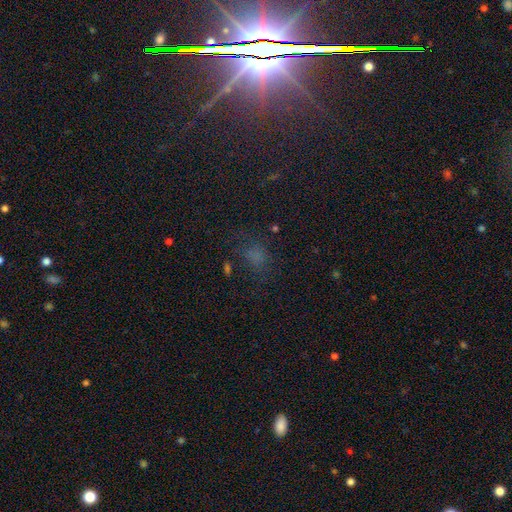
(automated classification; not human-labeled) A smooth galaxy with no disk features (55%) that is in between round and cigar-shaped (52%). Merging: none (56%).